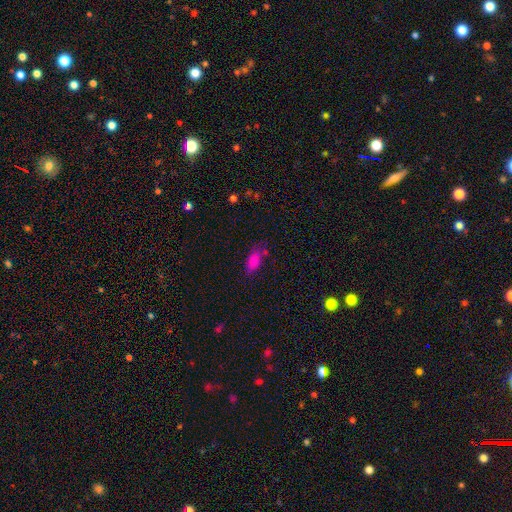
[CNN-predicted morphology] Smooth or featured?
  - smooth: 80% *
  - star or artifact: 10%
  - featured or disk: 10%
How rounded?
  - in between: 84% *
  - cigar-shaped: 12%
  - round: 4%
Merging?
  - none: 60% *
  - minor disturbance: 25%
  - major disturbance: 8%
  - merger: 7%